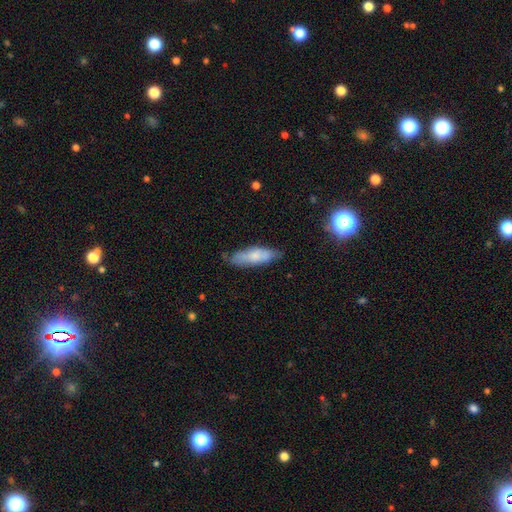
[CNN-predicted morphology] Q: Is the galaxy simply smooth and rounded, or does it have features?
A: smooth — 68%.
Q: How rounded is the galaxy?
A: cigar-shaped — 49%, tied with in between.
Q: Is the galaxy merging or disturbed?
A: none — 74%.